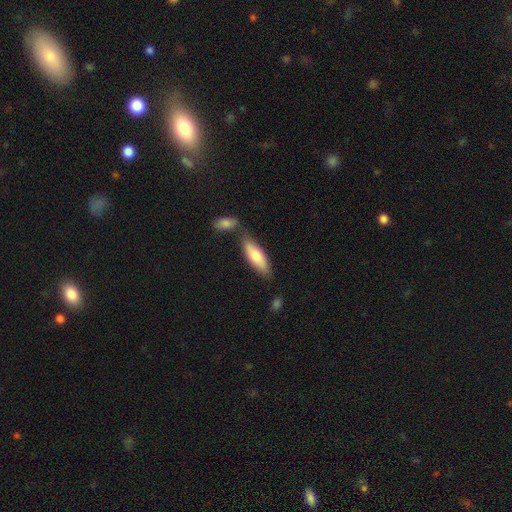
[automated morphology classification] Overall: smooth (74%). How rounded: in between (59%; cigar-shaped 39%). Merging: none (63%).